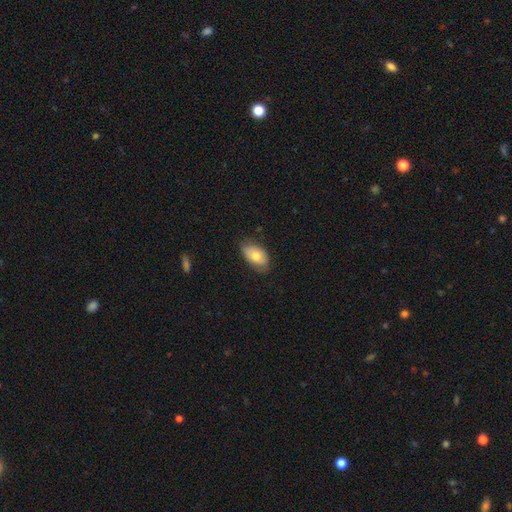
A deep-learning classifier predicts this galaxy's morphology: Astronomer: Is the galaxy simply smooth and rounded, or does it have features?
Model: smooth — 71%.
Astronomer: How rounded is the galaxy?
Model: in between — 92%.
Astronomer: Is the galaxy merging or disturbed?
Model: none — 71%.